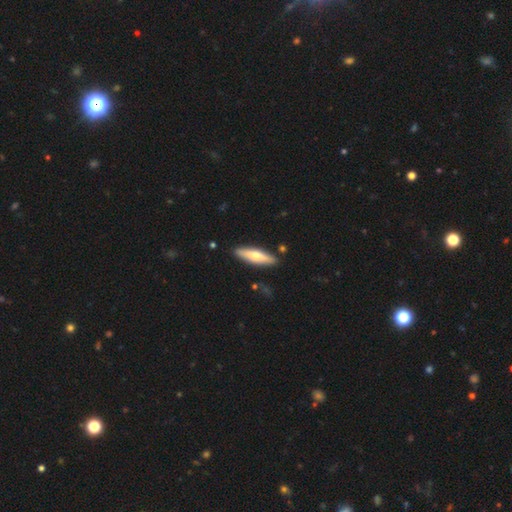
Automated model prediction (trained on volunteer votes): Smooth or featured? smooth (56%)
How rounded? cigar-shaped (67%)
Merging? none (88%)